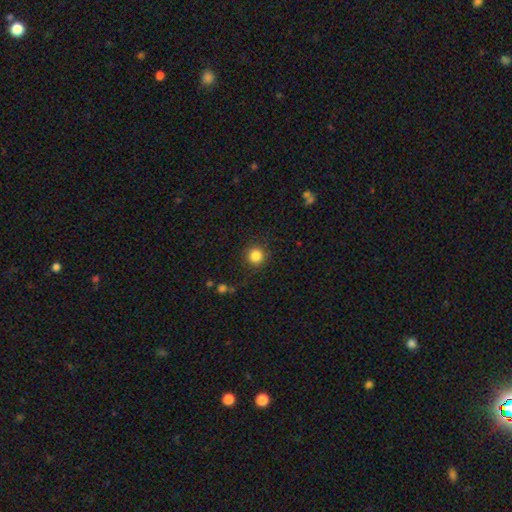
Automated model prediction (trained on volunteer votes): This appears to be a smooth galaxy with no disk features (84%) that is round (94%). Merging: none (88%).